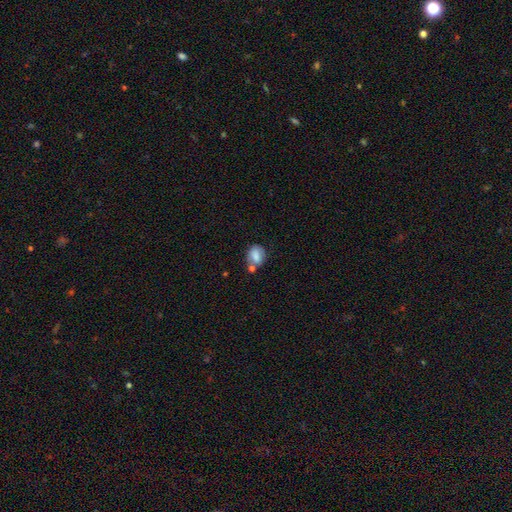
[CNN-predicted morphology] A smooth galaxy with no disk features (77%) that is in between round and cigar-shaped (55%).

Vote fractions:
- Smooth or featured? smooth: 77% / featured or disk: 14% / star or artifact: 9%
- How rounded? in between: 55% / round: 43% / cigar-shaped: 1%
- Merging? none: 51% / merger: 24% / minor disturbance: 19% / major disturbance: 6%